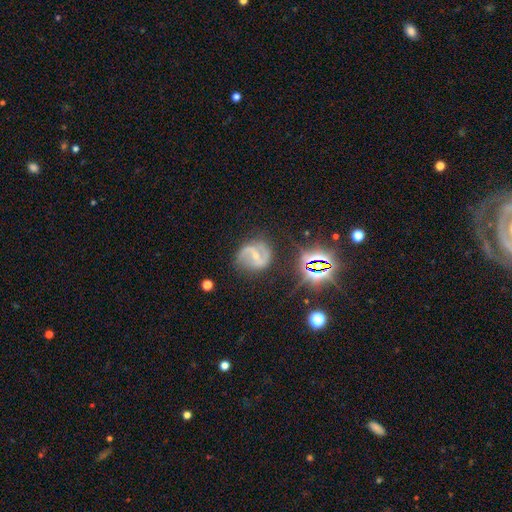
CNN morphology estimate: featured or disk 78%, smooth 11%, star or artifact 11%. Down the decision tree: edge-on disk — no (97%); bar — strong (43%); spiral arms — yes (92%); spiral arm count — 2 (89%); spiral winding — medium (51%); bulge size — small (61%); merging — none (75%).